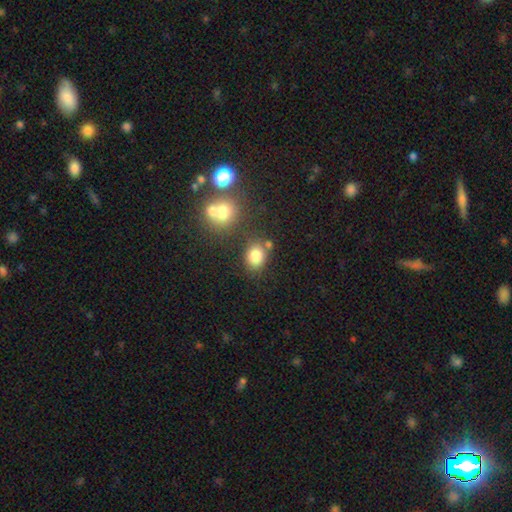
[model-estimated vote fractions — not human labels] The model was most divided on "how rounded": round: 52%, in between: 47%, cigar-shaped: 1%. More confident: smooth or featured — smooth (81%); merging — none (67%).